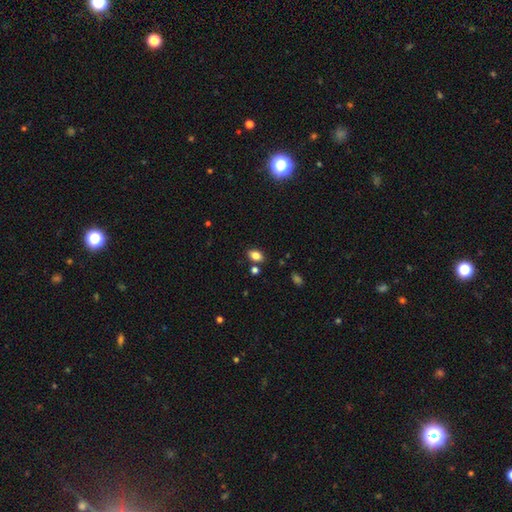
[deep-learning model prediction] smooth-or-featured: smooth: 82% | star or artifact: 10% | featured or disk: 7%
  how-rounded: in between: 85% | round: 13% | cigar-shaped: 2%
  merging: none: 80% | minor disturbance: 11% | merger: 6% | major disturbance: 3%